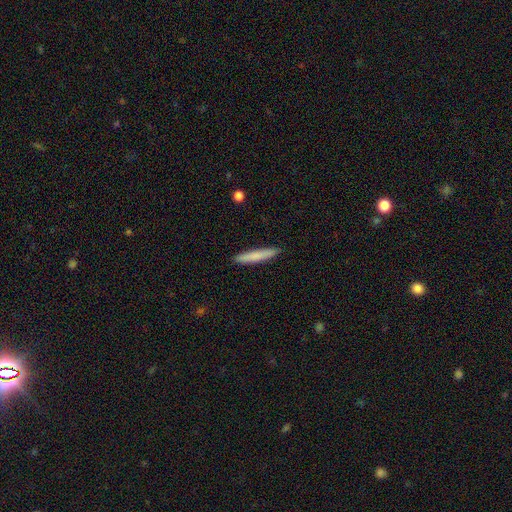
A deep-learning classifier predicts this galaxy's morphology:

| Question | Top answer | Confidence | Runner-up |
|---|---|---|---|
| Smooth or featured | smooth | 78% | featured or disk (17%) |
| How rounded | cigar-shaped | 94% | in between (5%) |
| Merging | none | 91% | minor disturbance (7%) |